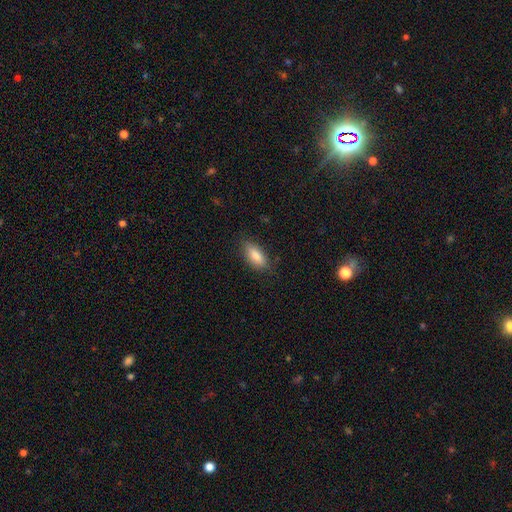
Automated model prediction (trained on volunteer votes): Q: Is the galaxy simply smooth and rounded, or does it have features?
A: smooth — 84%.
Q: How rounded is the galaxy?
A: in between — 82%.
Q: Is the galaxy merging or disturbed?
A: none — 80%.